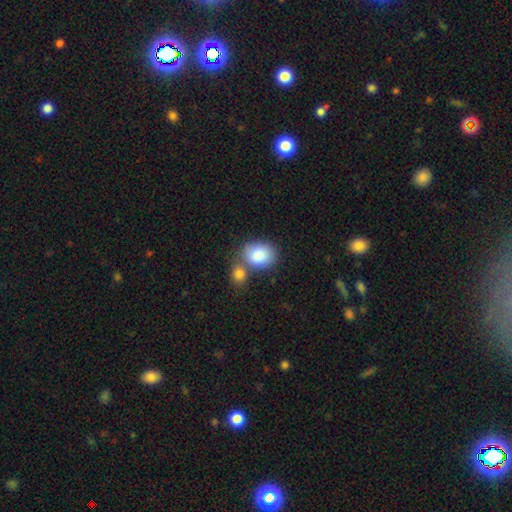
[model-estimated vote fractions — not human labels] smooth-or-featured: smooth: 86% | featured or disk: 7% | star or artifact: 7%
  how-rounded: in between: 56% | round: 43% | cigar-shaped: 1%
  merging: none: 47% | merger: 36% | minor disturbance: 13% | major disturbance: 4%